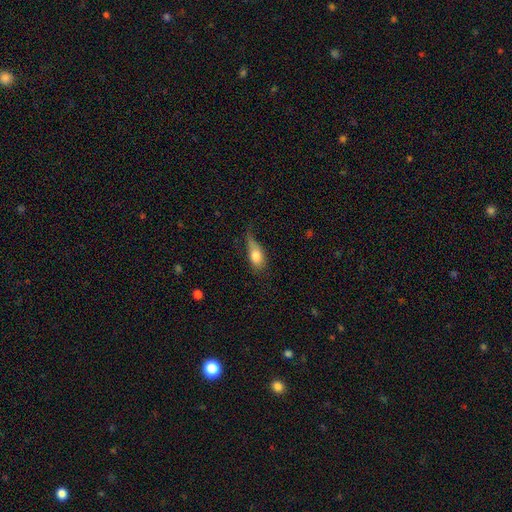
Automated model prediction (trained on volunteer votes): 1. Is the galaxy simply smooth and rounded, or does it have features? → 76% smooth, 17% featured or disk, 8% star or artifact.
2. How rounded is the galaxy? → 79% in between, 11% cigar-shaped, 9% round.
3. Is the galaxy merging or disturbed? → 39% minor disturbance, 30% none, 27% major disturbance, 4% merger.